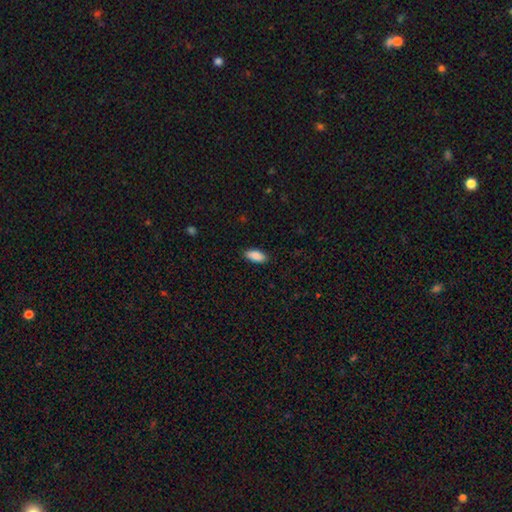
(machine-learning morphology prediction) Q: Smooth or featured?
A: smooth (89%); runner-up: star or artifact (6%)
Q: How rounded?
A: in between (89%); runner-up: cigar-shaped (9%)
Q: Merging?
A: none (88%); runner-up: minor disturbance (9%)